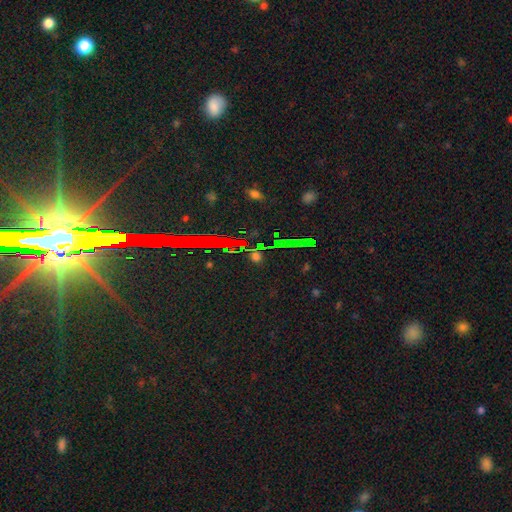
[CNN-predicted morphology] Q: Smooth or featured?
A: star or artifact (75%); runner-up: smooth (15%)